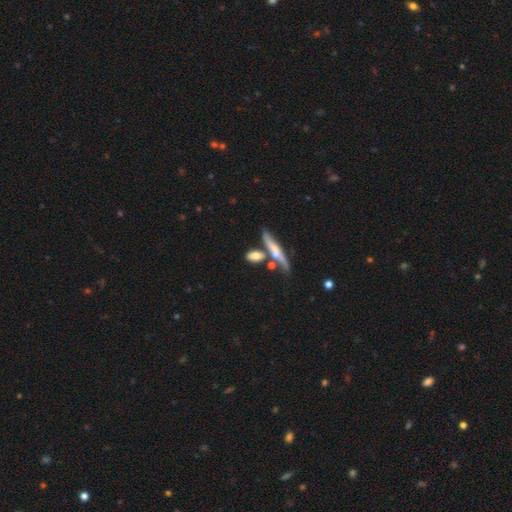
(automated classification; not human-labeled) Smooth or featured?
  - smooth: 67% *
  - featured or disk: 26%
  - star or artifact: 8%
How rounded?
  - in between: 61% *
  - cigar-shaped: 29%
  - round: 10%
Merging?
  - none: 49% *
  - merger: 29%
  - minor disturbance: 15%
  - major disturbance: 7%